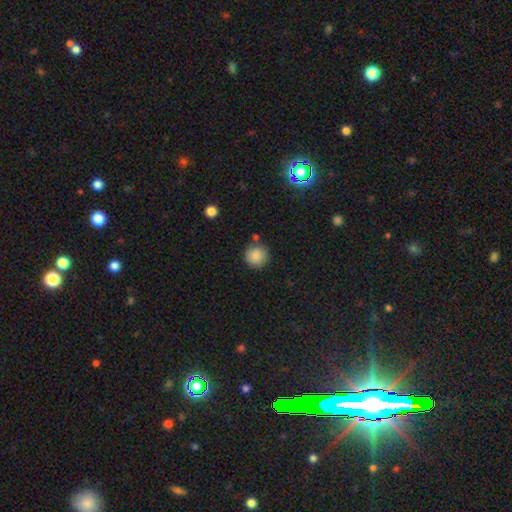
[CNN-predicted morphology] A smooth galaxy with no disk features (87%) that is round (95%).

Vote fractions:
- Smooth or featured? smooth: 87% / star or artifact: 9% / featured or disk: 4%
- How rounded? round: 95% / in between: 4% / cigar-shaped: 1%
- Merging? none: 83% / minor disturbance: 9% / merger: 5% / major disturbance: 2%